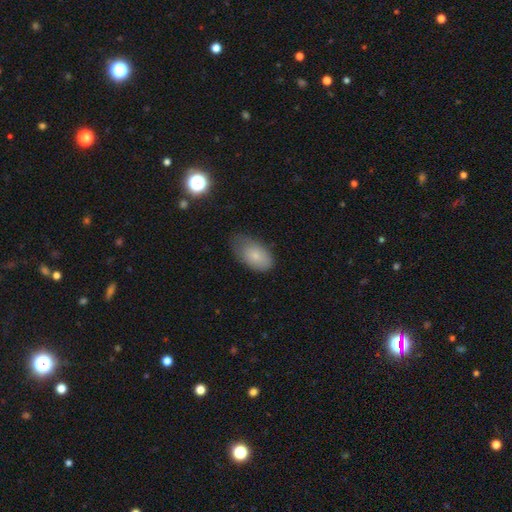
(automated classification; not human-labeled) smooth 78%, featured or disk 14%, star or artifact 8%. Down the decision tree: how rounded — in between (92%); merging — none (51%).